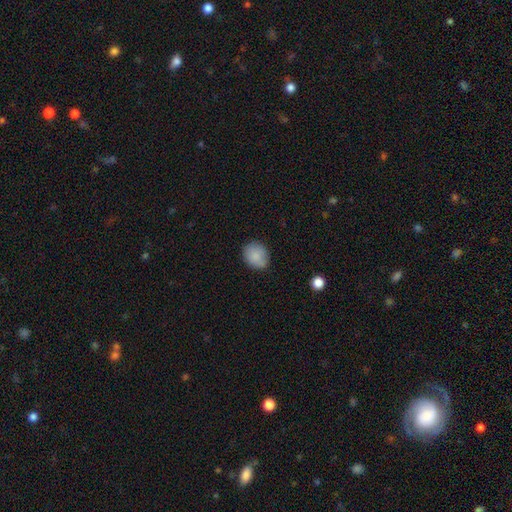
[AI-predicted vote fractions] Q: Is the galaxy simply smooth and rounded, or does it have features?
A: smooth — 86%.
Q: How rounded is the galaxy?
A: round — 60%.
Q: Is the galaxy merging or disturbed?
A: none — 78%.